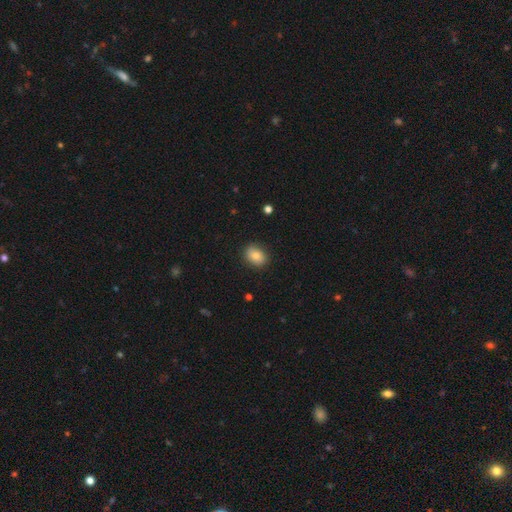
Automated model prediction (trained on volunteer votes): A smooth galaxy with no disk features (81%) that is in between round and cigar-shaped (63%).

Vote fractions:
- Smooth or featured? smooth: 81% / featured or disk: 10% / star or artifact: 9%
- How rounded? in between: 63% / round: 36% / cigar-shaped: 1%
- Merging? none: 85% / minor disturbance: 11% / major disturbance: 3% / merger: 1%